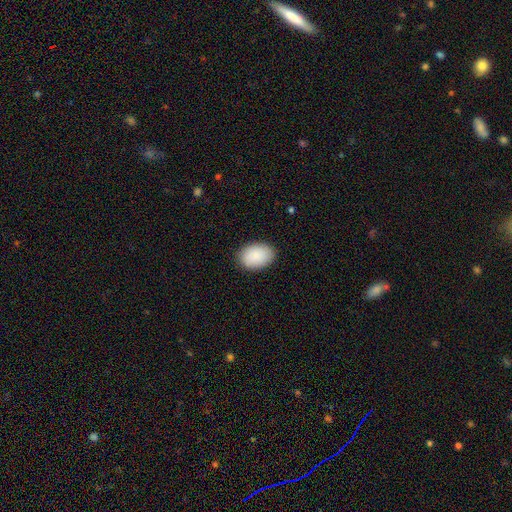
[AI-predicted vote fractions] smooth_or_featured: smooth (p=0.89) [alt: star or artifact p=0.06]
how_rounded: in between (p=0.86) [alt: round p=0.13]
merging: none (p=0.87) [alt: minor disturbance p=0.10]